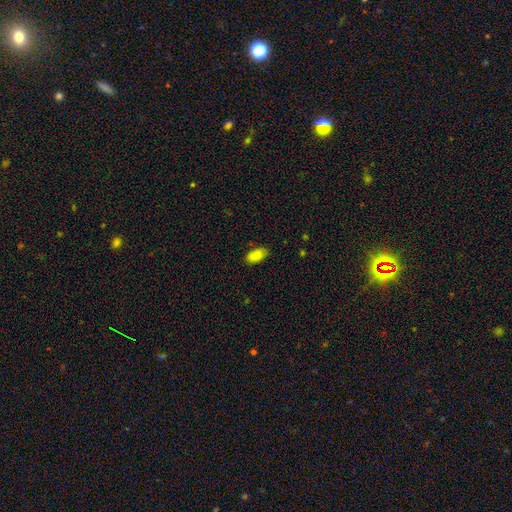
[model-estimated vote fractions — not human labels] smooth_or_featured: smooth (p=0.87) [alt: star or artifact p=0.08]
how_rounded: in between (p=0.93) [alt: cigar-shaped p=0.04]
merging: none (p=0.77) [alt: minor disturbance p=0.18]